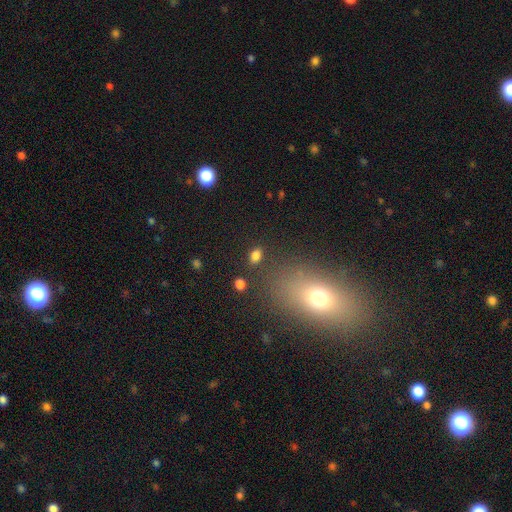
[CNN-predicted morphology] smooth_or_featured: smooth (p=0.80) [alt: star or artifact p=0.14]
how_rounded: in between (p=0.82) [alt: round p=0.15]
merging: none (p=0.83) [alt: minor disturbance p=0.10]